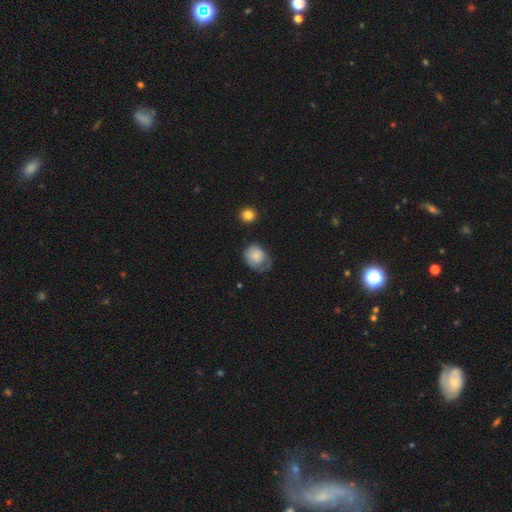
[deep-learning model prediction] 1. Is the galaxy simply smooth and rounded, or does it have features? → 76% smooth, 17% featured or disk, 8% star or artifact.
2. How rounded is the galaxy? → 52% round, 47% in between, 1% cigar-shaped.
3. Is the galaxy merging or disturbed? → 38% minor disturbance, 36% none, 24% major disturbance, 2% merger.